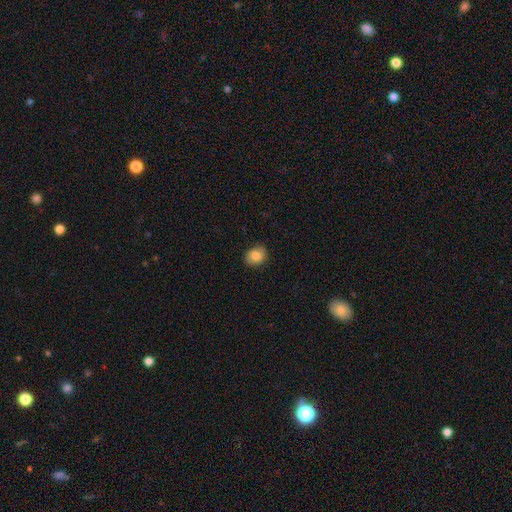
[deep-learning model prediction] Morphology: type=smooth (81%); roundness=round (54%); merging=none (86%).